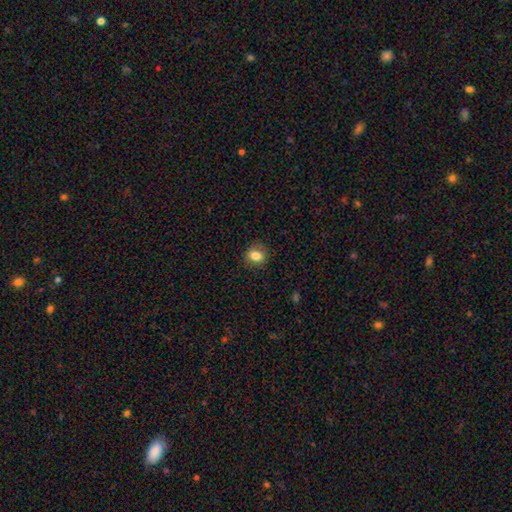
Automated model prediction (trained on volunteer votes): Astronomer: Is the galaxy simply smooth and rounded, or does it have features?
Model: smooth — 82%.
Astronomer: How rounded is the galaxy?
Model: round — 66%.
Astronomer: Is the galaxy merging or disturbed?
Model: none — 85%.